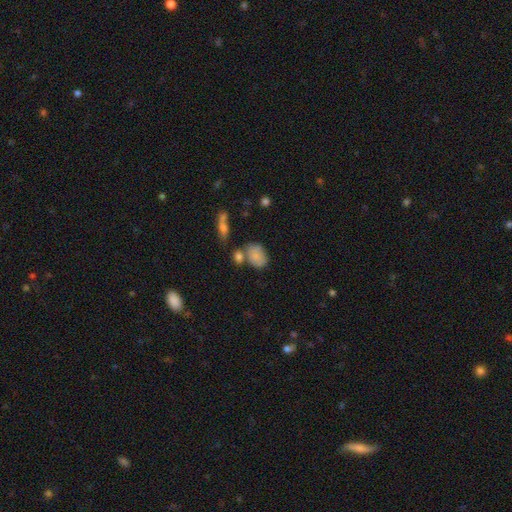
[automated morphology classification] smooth_or_featured: smooth (p=0.82) [alt: featured or disk p=0.09]
how_rounded: in between (p=0.79) [alt: round p=0.20]
merging: none (p=0.53) [alt: merger p=0.23]